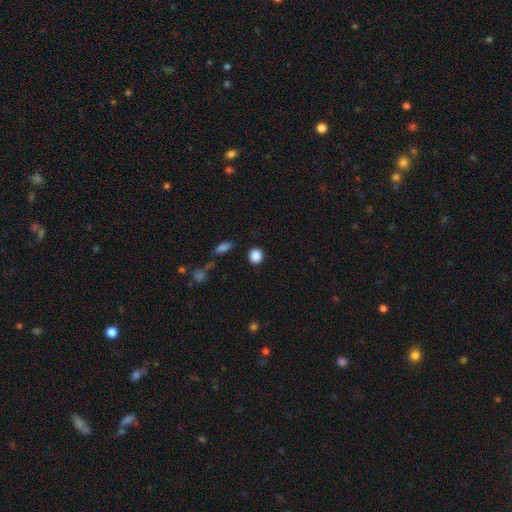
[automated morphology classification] Smooth or featured? smooth (87%)
How rounded? round (90%)
Merging? none (89%)